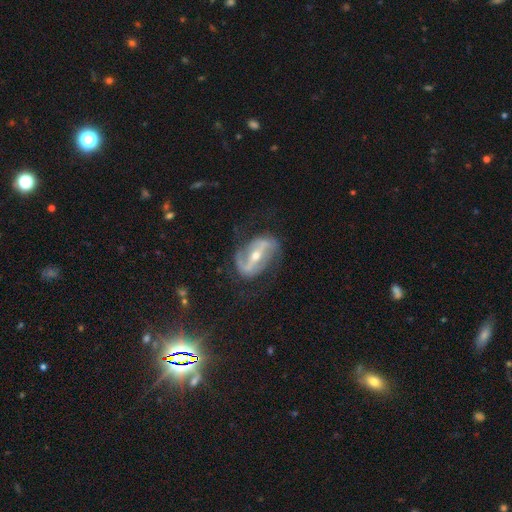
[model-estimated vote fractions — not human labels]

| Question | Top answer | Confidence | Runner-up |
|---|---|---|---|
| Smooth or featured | featured or disk | 85% | smooth (8%) |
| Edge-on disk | no | 93% | yes (7%) |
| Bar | strong | 68% | weak (21%) |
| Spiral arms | yes | 88% | no (12%) |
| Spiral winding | loose | 40% | tied: medium (40%) |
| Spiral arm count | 2 | 87% | can't tell (6%) |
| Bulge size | moderate | 53% | small (43%) |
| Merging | none | 70% | minor disturbance (17%) |